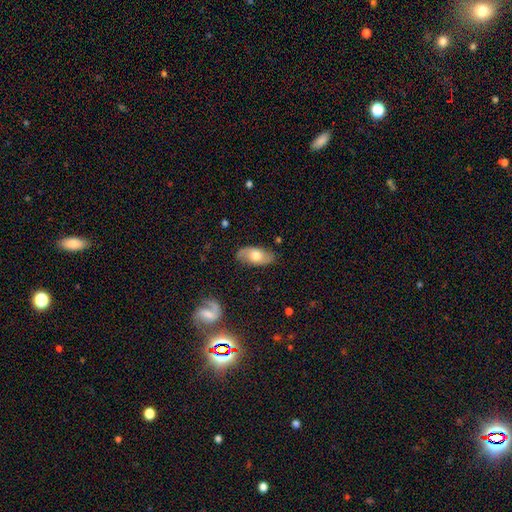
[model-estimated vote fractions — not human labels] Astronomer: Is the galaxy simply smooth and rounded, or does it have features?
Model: smooth — 60%.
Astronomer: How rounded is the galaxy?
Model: in between — 91%.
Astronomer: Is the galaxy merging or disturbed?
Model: none — 83%.